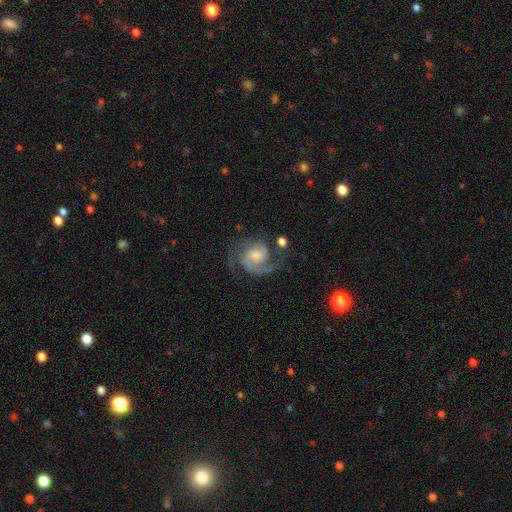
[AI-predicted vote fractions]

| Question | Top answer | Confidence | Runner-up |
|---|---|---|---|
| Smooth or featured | featured or disk | 82% | smooth (12%) |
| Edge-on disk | no | 98% | yes (2%) |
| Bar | no | 57% | weak (37%) |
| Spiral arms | yes | 96% | no (4%) |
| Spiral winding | medium | 46% | tight (35%) |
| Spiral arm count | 2 | 50% | 1 (34%) |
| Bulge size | moderate | 35% | small (33%) |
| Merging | none | 55% | major disturbance (20%) |